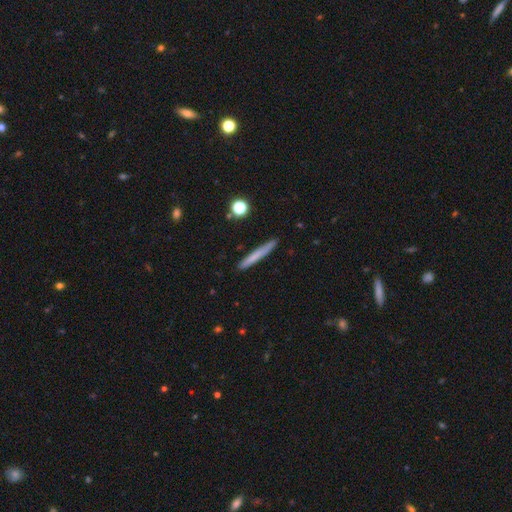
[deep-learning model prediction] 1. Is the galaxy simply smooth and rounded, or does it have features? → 68% smooth, 25% featured or disk, 7% star or artifact.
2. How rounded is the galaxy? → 96% cigar-shaped, 2% in between, 1% round.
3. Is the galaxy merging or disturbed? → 90% none, 7% minor disturbance, 2% major disturbance, 1% merger.